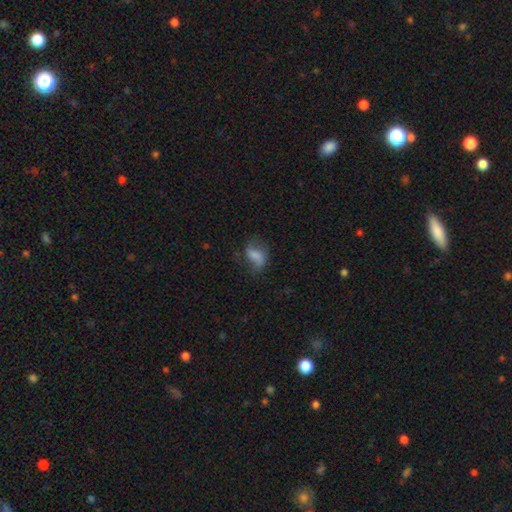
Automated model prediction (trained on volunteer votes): smooth-or-featured: smooth: 57% | featured or disk: 33% | star or artifact: 11%
  how-rounded: in between: 81% | round: 16% | cigar-shaped: 3%
  merging: none: 50% | minor disturbance: 26% | major disturbance: 22% | merger: 2%